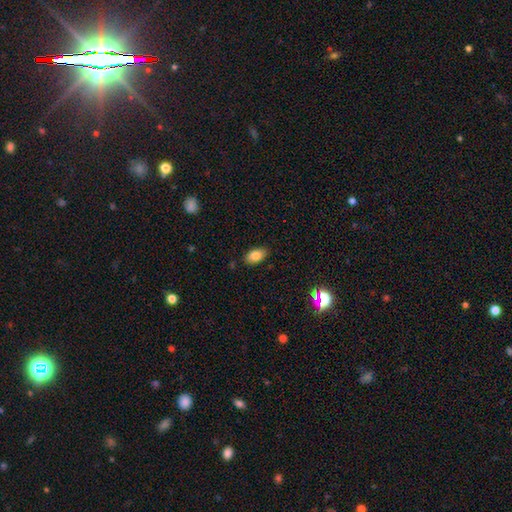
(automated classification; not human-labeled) A smooth galaxy with no disk features (82%) that is in between round and cigar-shaped (92%).

Vote fractions:
- Smooth or featured? smooth: 82% / star or artifact: 10% / featured or disk: 8%
- How rounded? in between: 92% / round: 6% / cigar-shaped: 2%
- Merging? none: 86% / minor disturbance: 11% / major disturbance: 2% / merger: 1%